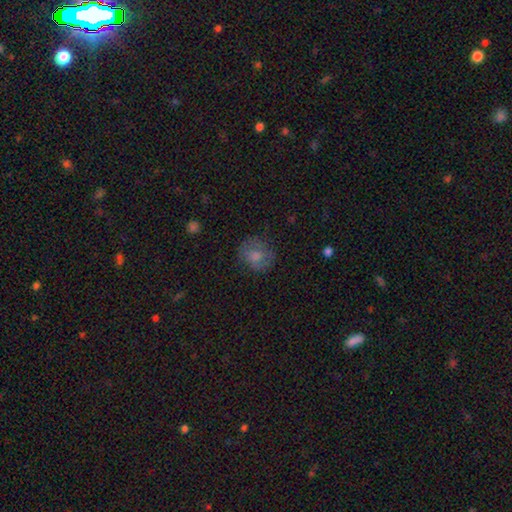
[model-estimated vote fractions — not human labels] Smooth or featured? smooth (69%)
How rounded? round (73%)
Merging? none (68%)